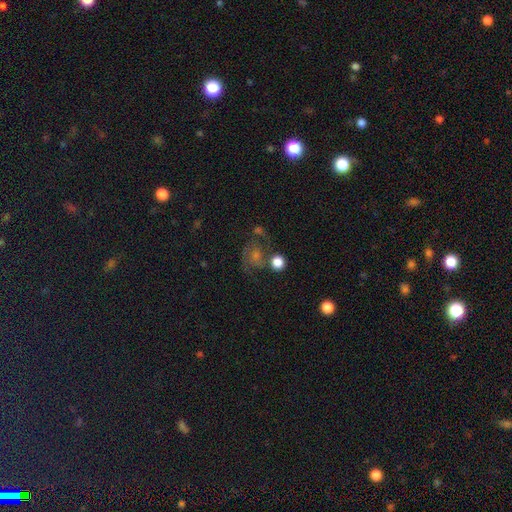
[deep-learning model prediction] Smooth or featured? Predicted: featured or disk (p=0.51). Edge-on disk? Predicted: no (p=0.97). Merging? Predicted: none (p=0.56).